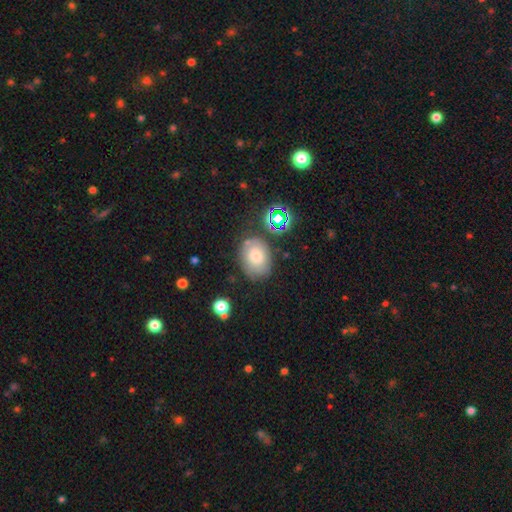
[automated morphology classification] Smooth or featured? smooth (65%)
How rounded? in between (68%)
Merging? none (69%)